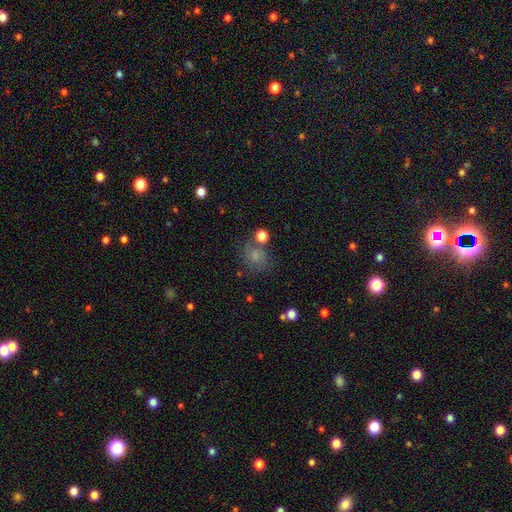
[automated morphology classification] Smooth or featured: smooth — 62% (star or artifact — 19%)
How rounded: round — 64% (in between — 35%)
Merging: none — 58% (minor disturbance — 20%)